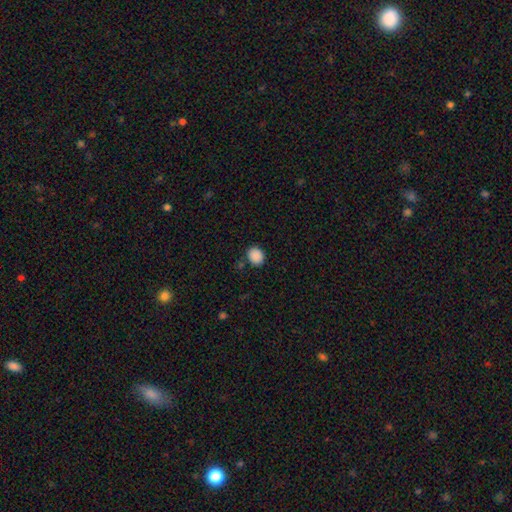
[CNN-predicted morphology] type=smooth (88%); roundness=round (61%); merging=none (83%).